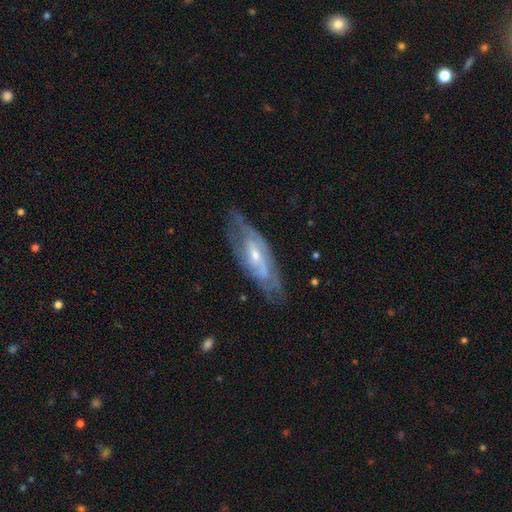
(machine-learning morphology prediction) featured or disk 79%, smooth 15%, star or artifact 6%. Down the decision tree: edge-on disk — no (79%); bar — weak (43%); spiral arms — yes (82%); spiral arm count — can't tell (43%); spiral winding — tight (48%); bulge size — small (55%); merging — none (70%).